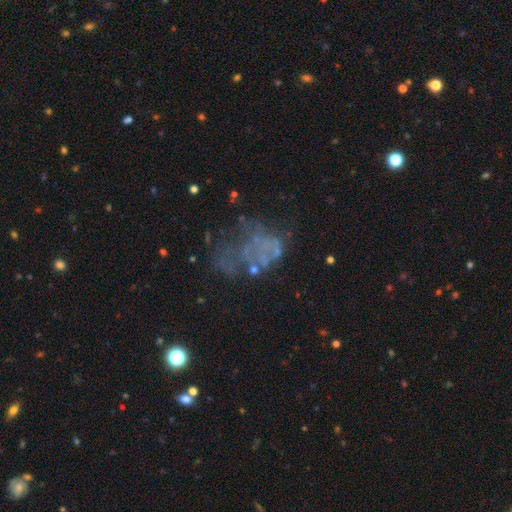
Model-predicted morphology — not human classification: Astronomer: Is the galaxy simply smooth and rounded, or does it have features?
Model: featured or disk — 52%.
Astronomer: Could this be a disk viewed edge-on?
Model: no — 98%.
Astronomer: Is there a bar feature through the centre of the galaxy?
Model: no — 95%.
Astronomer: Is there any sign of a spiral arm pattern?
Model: no — 95%.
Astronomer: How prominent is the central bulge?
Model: none — 88%.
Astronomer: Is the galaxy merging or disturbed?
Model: major disturbance — 37% (runner-up: none, 36%).